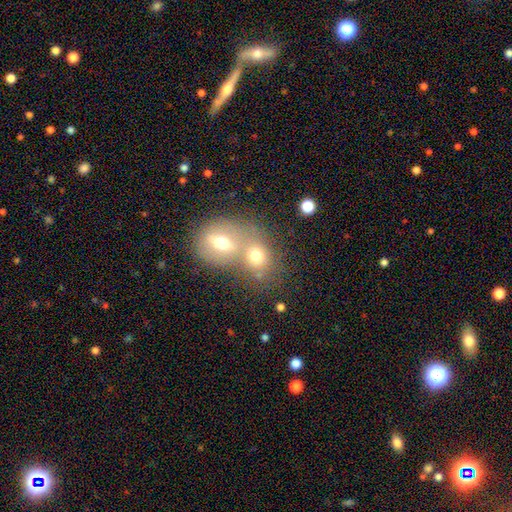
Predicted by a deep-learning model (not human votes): smooth 67%, featured or disk 22%, star or artifact 12%. Down the decision tree: how rounded — round (58%); merging — merger (62%).